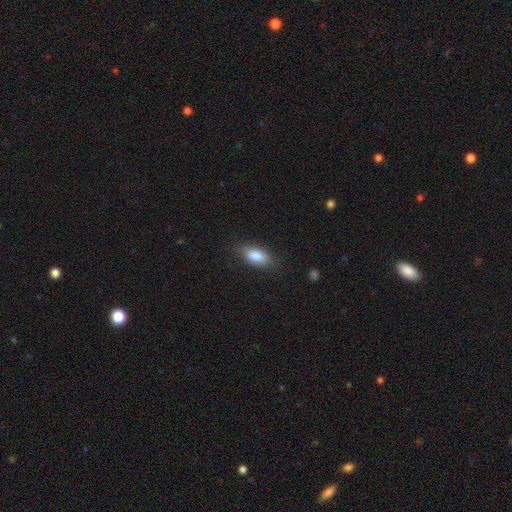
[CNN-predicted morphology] Smooth or featured? Predicted: smooth (p=0.84). How rounded? Predicted: in between (p=0.84). Merging? Predicted: none (p=0.79).